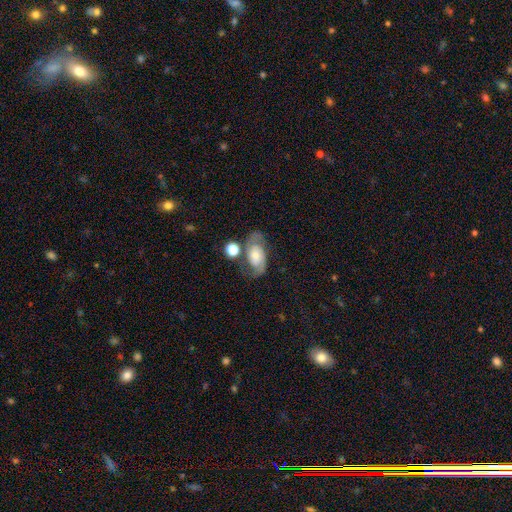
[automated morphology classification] smooth-or-featured: featured or disk: 72% | smooth: 20% | star or artifact: 8%
  disk-edge-on: no: 96% | yes: 4%
    bar: no: 67% | weak: 26% | strong: 7%
    has-spiral-arms: yes: 93% | no: 7%
      spiral-winding: medium: 50% | tight: 28% | loose: 22%
      spiral-arm-count: 2: 88% | can't tell: 6% | 1: 3% | 3: 1% | 4: 1% | more than 4: 1%
    bulge-size: small: 40% | moderate: 37% | large: 13% | none: 7% | dominant: 3%
  merging: none: 60% | minor disturbance: 18% | merger: 12% | major disturbance: 10%